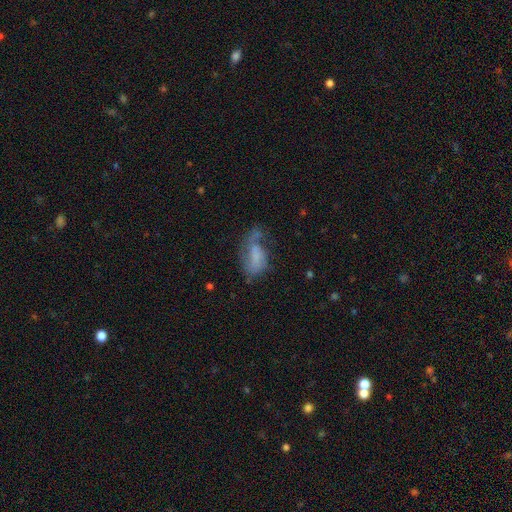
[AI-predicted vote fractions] smooth 52%, featured or disk 38%, star or artifact 11%. Down the decision tree: how rounded — in between (87%); merging — major disturbance (37%).